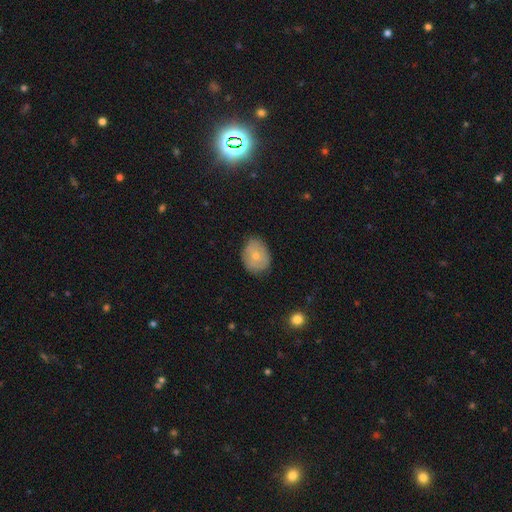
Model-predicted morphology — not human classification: Smooth or featured? smooth (63%)
How rounded? in between (54%)
Merging? none (74%)